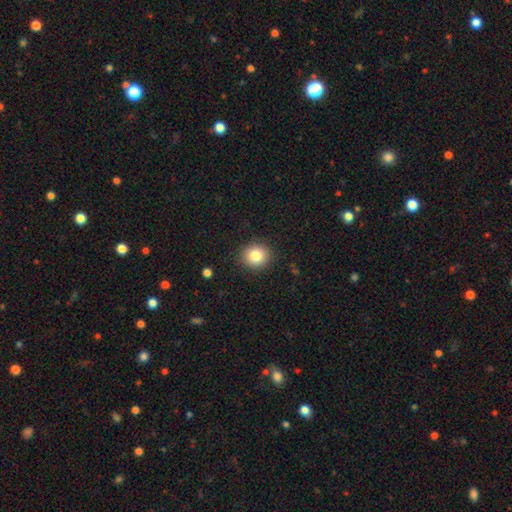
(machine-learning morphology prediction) A smooth galaxy with no disk features (83%) that is round (84%).

Vote fractions:
- Smooth or featured? smooth: 83% / star or artifact: 10% / featured or disk: 7%
- How rounded? round: 84% / in between: 15% / cigar-shaped: 1%
- Merging? none: 90% / minor disturbance: 7% / major disturbance: 2% / merger: 1%